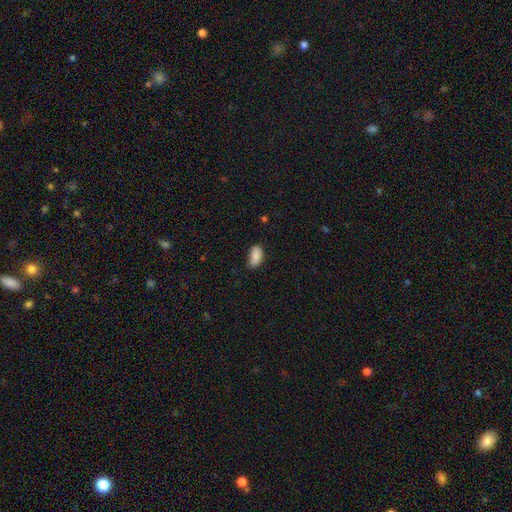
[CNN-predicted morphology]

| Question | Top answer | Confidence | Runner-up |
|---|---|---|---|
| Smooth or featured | smooth | 86% | star or artifact (7%) |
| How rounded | in between | 93% | round (4%) |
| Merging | none | 70% | minor disturbance (24%) |